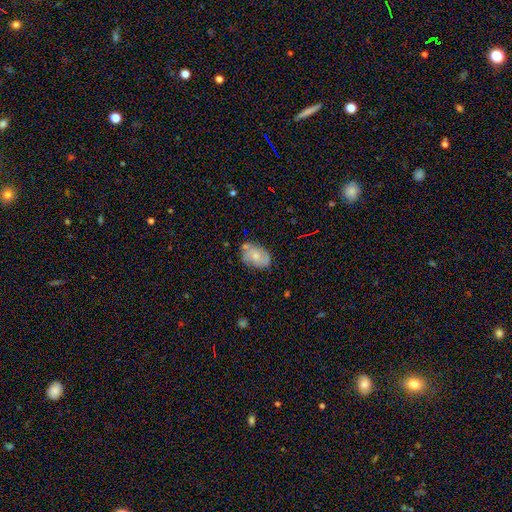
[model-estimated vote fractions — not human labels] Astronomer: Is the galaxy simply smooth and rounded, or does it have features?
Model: featured or disk — 48% (runner-up: smooth, 44%).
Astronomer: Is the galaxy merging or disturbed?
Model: none — 66%.